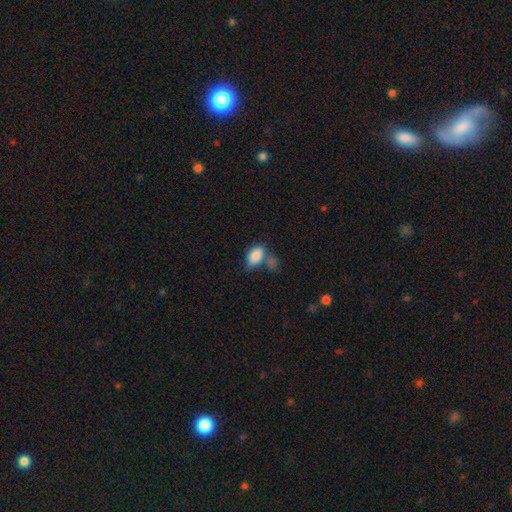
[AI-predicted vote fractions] smooth_or_featured: smooth (p=0.86) [alt: star or artifact p=0.08]
how_rounded: in between (p=0.90) [alt: round p=0.08]
merging: none (p=0.41) [alt: merger p=0.32]